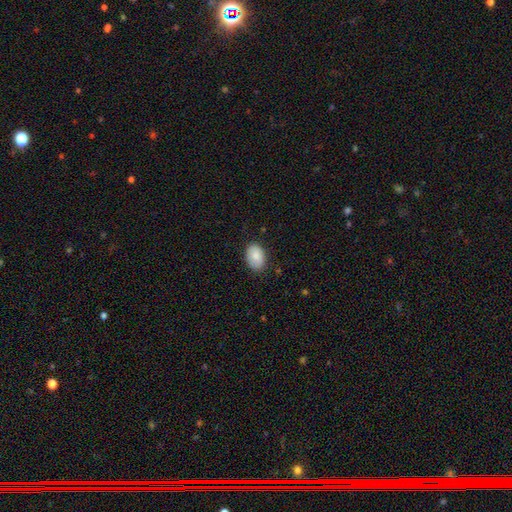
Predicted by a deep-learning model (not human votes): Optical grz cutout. It shows a smooth galaxy with no disk features (87%) that is in between round and cigar-shaped (88%). Merging: none (83%).